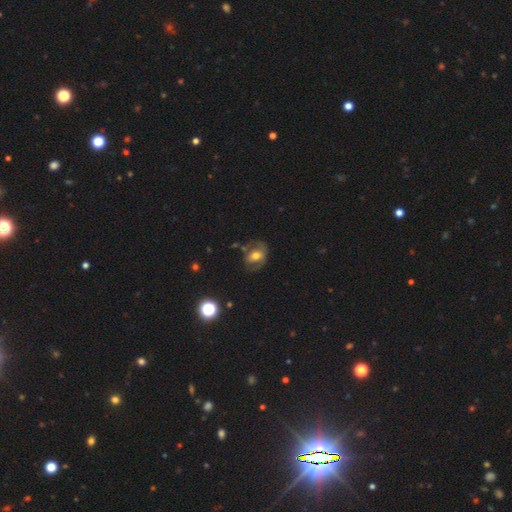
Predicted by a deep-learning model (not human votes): Smooth or featured: featured or disk — 47% (smooth — 43%)
Merging: none — 58% (minor disturbance — 24%)